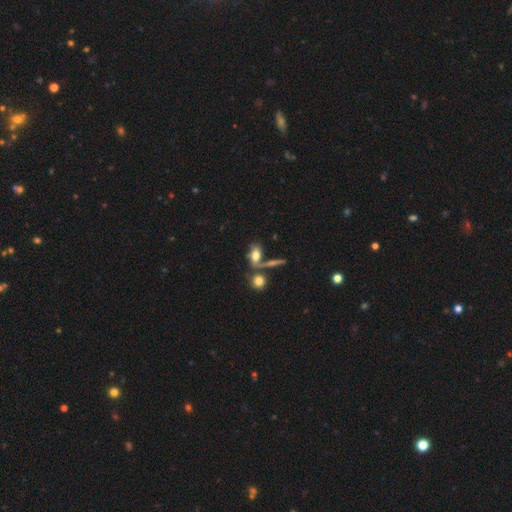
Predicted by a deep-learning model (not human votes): Smooth or featured? Predicted: smooth (p=0.50). How rounded? Predicted: in between (p=0.69). Merging? Predicted: none (p=0.41).